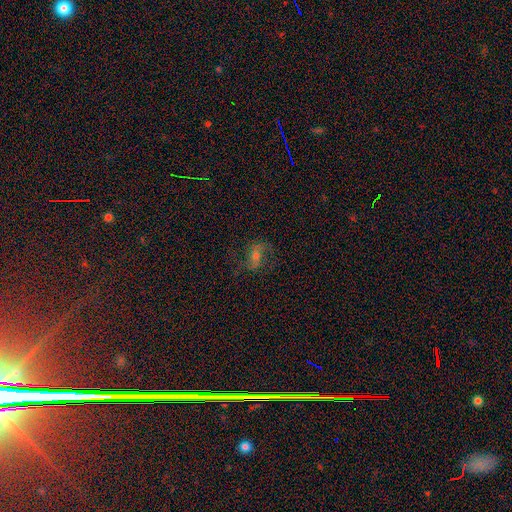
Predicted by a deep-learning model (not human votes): Smooth or featured?
  - featured or disk: 64% *
  - smooth: 22%
  - star or artifact: 15%
Edge-on disk?
  - no: 95% *
  - yes: 5%
Bar?
  - weak: 41% *
  - no: 32%
  - strong: 27%
Spiral arms?
  - yes: 89% *
  - no: 11%
Spiral winding?
  - loose: 56% *
  - medium: 35%
  - tight: 9%
Spiral arm count?
  - 2: 86% *
  - can't tell: 6%
  - 1: 5%
  - 3: 1%
  - 4: 1%
  - more than 4: 1%
Bulge size?
  - moderate: 46% *
  - small: 43%
  - large: 5%
  - none: 5%
  - dominant: 1%
Merging?
  - none: 71% *
  - minor disturbance: 16%
  - major disturbance: 12%
  - merger: 2%